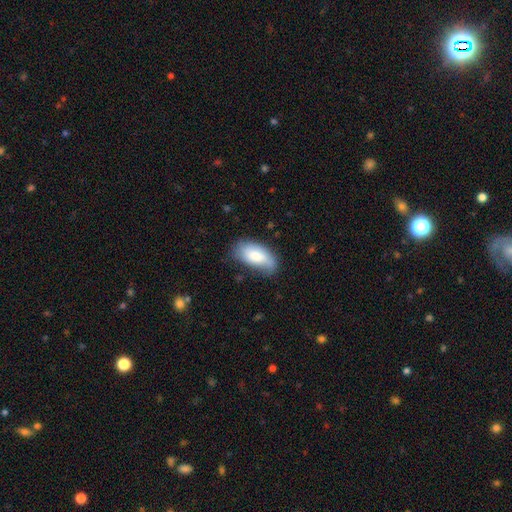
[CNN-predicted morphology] Smooth or featured? smooth (75%)
How rounded? in between (93%)
Merging? none (62%)